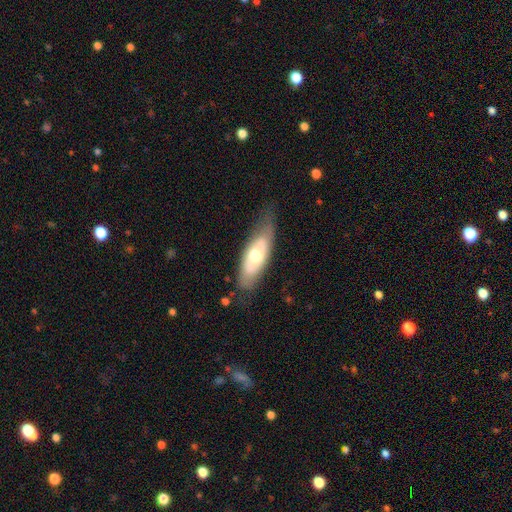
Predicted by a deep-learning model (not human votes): A featured or disk galaxy (53%). Merging: none (65%).